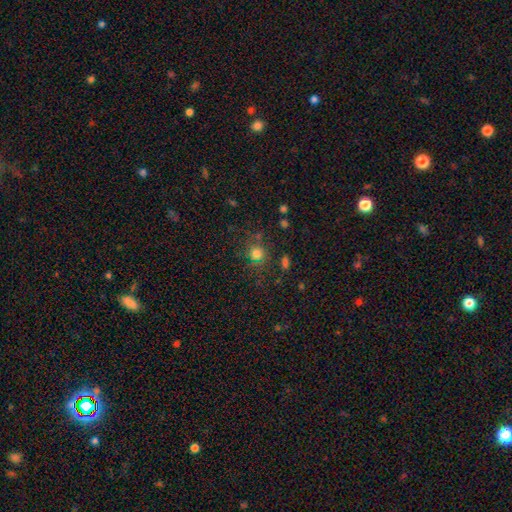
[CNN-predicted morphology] Smooth or featured? Predicted: smooth (p=0.62). How rounded? Predicted: round (p=0.88). Merging? Predicted: none (p=0.80).